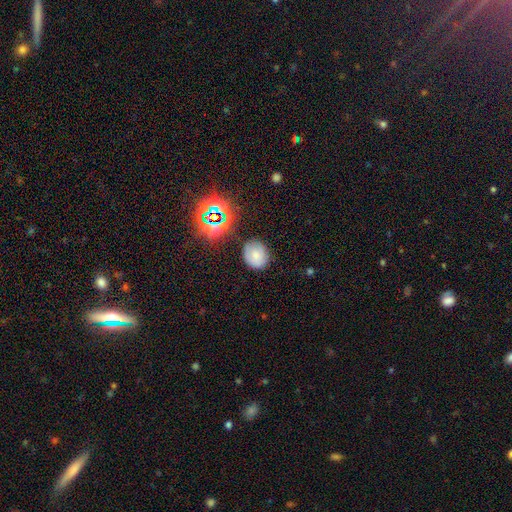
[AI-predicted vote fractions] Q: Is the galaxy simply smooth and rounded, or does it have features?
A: smooth — 66%.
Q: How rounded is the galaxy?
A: round — 67%.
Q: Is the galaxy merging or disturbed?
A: none — 76%.